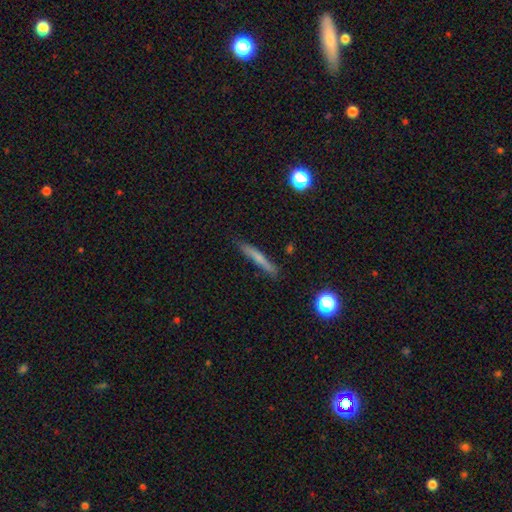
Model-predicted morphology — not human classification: Overall: smooth (52%; featured or disk 38%). How rounded: cigar-shaped (92%). Merging: none (86%).